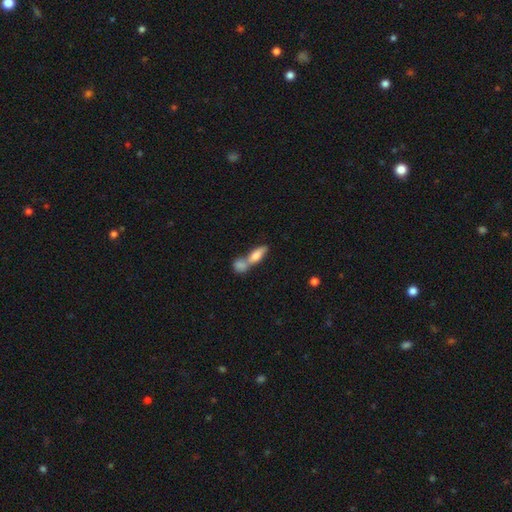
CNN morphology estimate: Smooth or featured: smooth — 71% (featured or disk — 22%)
How rounded: in between — 61% (cigar-shaped — 34%)
Merging: merger — 64% (none — 25%)